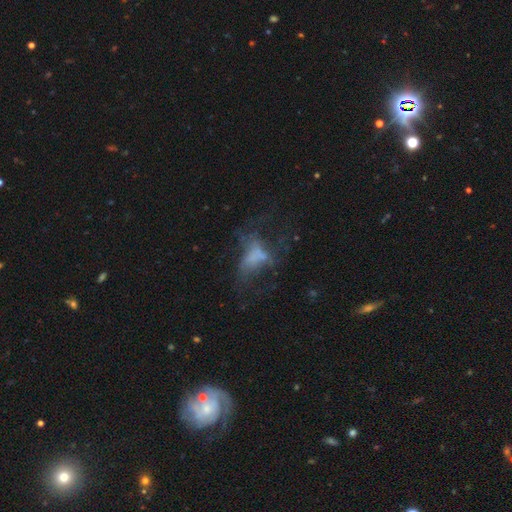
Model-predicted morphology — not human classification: smooth_or_featured: featured or disk (p=0.46) [alt: smooth p=0.33]
merging: major disturbance (p=0.48) [alt: none p=0.31]